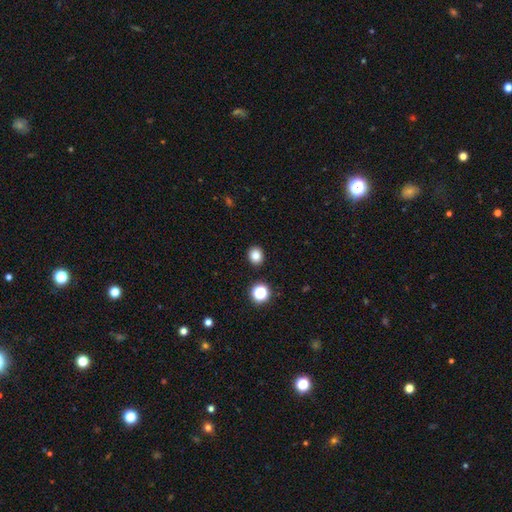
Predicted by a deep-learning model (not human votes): Smooth or featured? smooth (82%)
How rounded? round (69%)
Merging? none (91%)